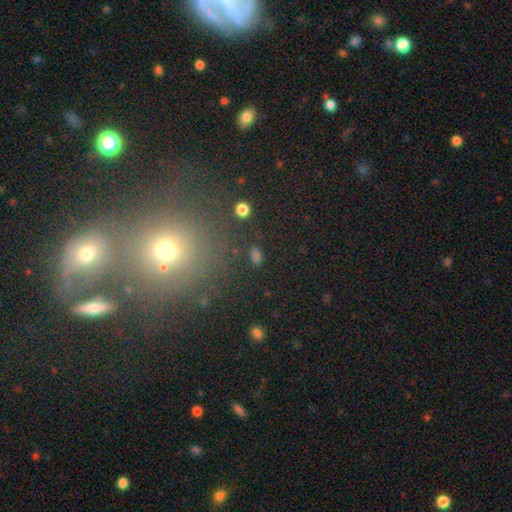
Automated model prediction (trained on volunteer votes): Overall: smooth (63%; star or artifact 27%). How rounded: in between (55%; round 41%). Merging: none (82%).